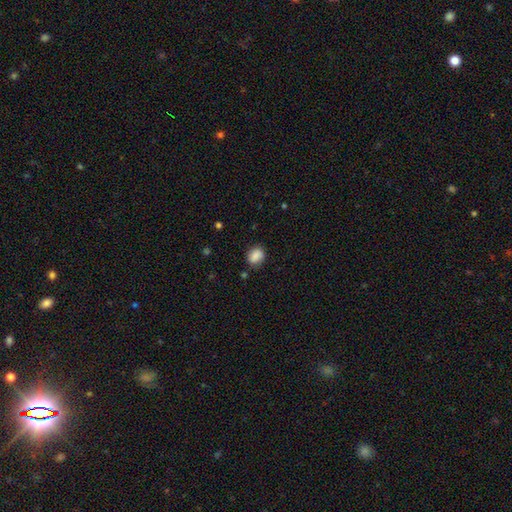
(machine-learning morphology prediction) smooth-or-featured: smooth: 85% | star or artifact: 9% | featured or disk: 6%
  how-rounded: round: 50% | in between: 49% | cigar-shaped: 1%
  merging: none: 75% | minor disturbance: 18% | major disturbance: 4% | merger: 3%